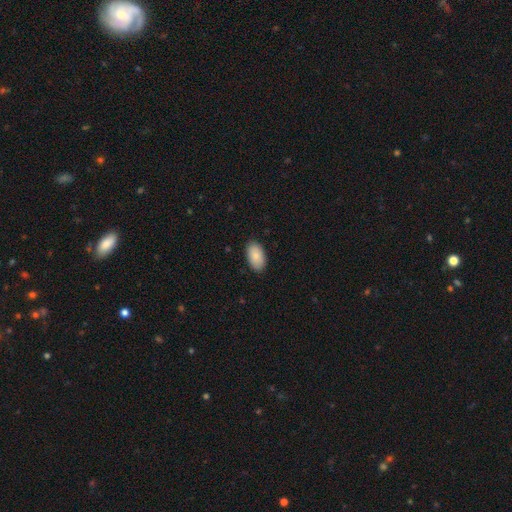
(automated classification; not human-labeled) Smooth or featured: smooth — 87% (featured or disk — 7%)
How rounded: in between — 95% (round — 3%)
Merging: none — 89% (minor disturbance — 8%)